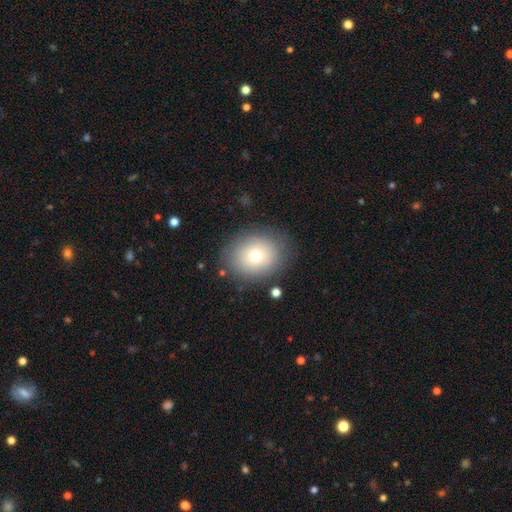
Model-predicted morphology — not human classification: A smooth galaxy with no disk features (72%) that is round (64%).

Vote fractions:
- Smooth or featured? smooth: 72% / featured or disk: 16% / star or artifact: 12%
- How rounded? round: 64% / in between: 35% / cigar-shaped: 1%
- Merging? none: 83% / minor disturbance: 11% / major disturbance: 4% / merger: 2%